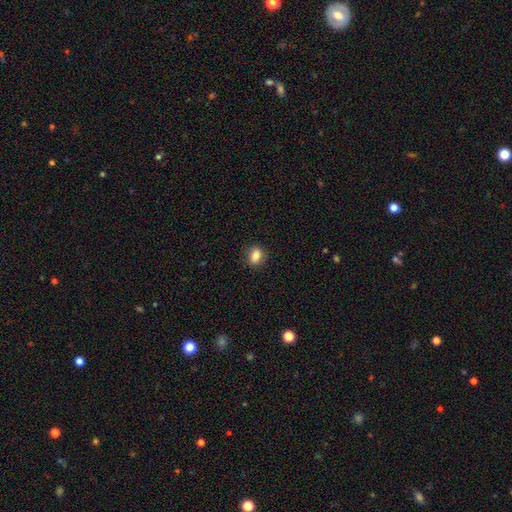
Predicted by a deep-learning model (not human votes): smooth-or-featured: smooth: 84% | star or artifact: 10% | featured or disk: 7%
  how-rounded: in between: 61% | round: 37% | cigar-shaped: 2%
  merging: none: 85% | minor disturbance: 11% | major disturbance: 3% | merger: 1%